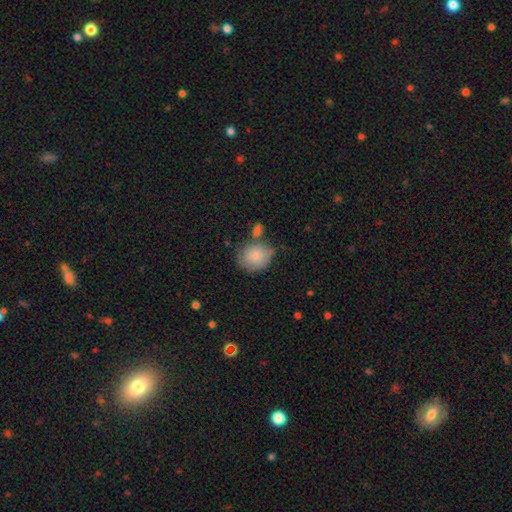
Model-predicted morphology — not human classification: A smooth galaxy with no disk features (81%) that is round (64%). Merging: none (48%).